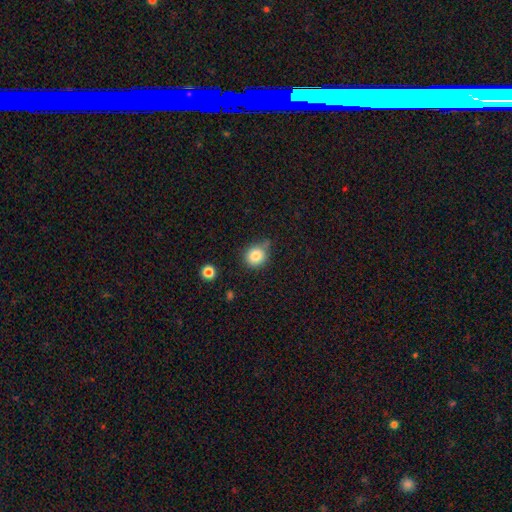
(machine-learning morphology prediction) Overall: smooth (83%). How rounded: round (87%). Merging: none (63%; minor disturbance 24%).